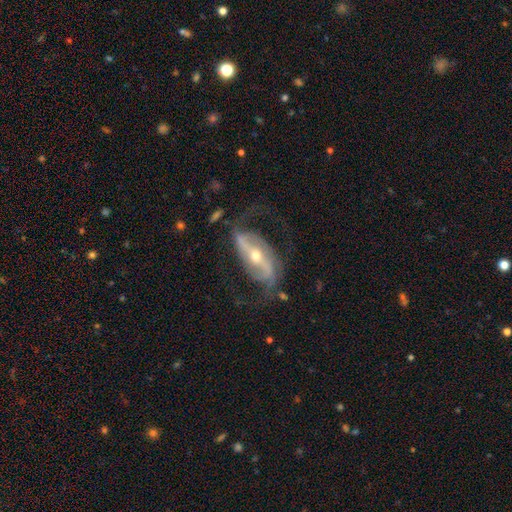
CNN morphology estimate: Q: Smooth or featured?
A: featured or disk (89%); runner-up: smooth (6%)
Q: Edge-on disk?
A: no (92%); runner-up: yes (8%)
Q: Bar?
A: strong (60%); runner-up: weak (24%)
Q: Spiral arms?
A: yes (94%); runner-up: no (6%)
Q: Spiral winding?
A: loose (51%); runner-up: medium (37%)
Q: Spiral arm count?
A: 2 (91%); runner-up: can't tell (3%)
Q: Bulge size?
A: moderate (52%); runner-up: small (44%)
Q: Merging?
A: none (67%); runner-up: minor disturbance (16%)